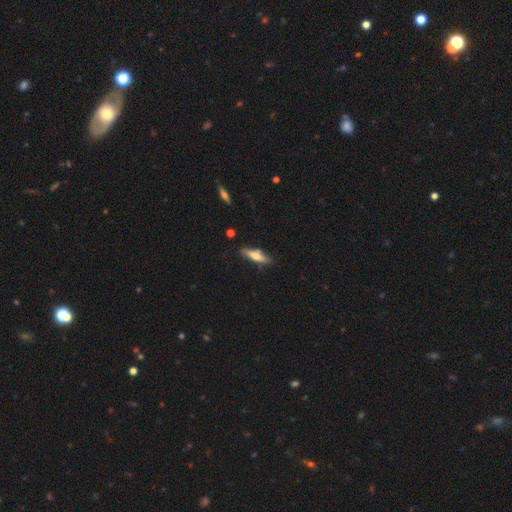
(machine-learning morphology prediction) Overall: smooth (60%; featured or disk 34%). How rounded: cigar-shaped (69%). Merging: none (81%).